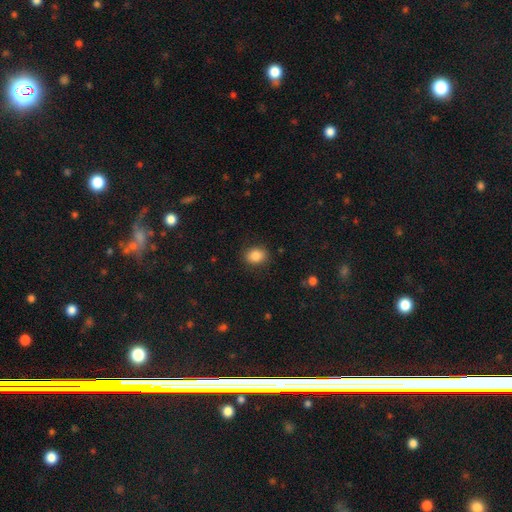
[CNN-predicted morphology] type=smooth (86%); roundness=in between (50%); merging=none (86%).